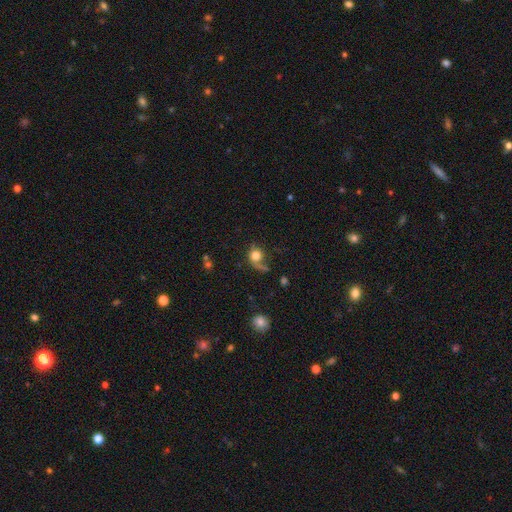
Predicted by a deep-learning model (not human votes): Smooth or featured? smooth (73%)
How rounded? round (83%)
Merging? none (44%)